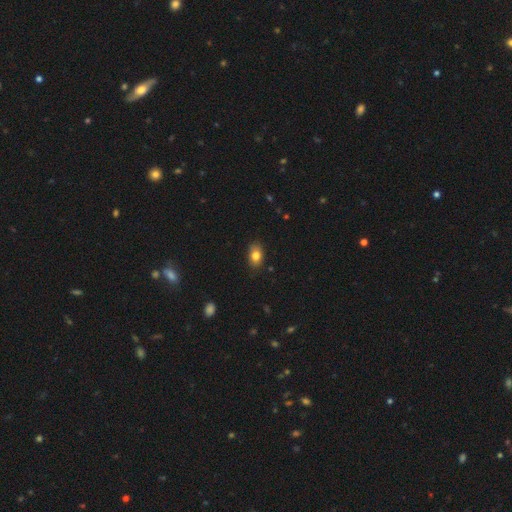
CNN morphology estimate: smooth-or-featured: smooth: 82% | featured or disk: 9% | star or artifact: 9%
  how-rounded: in between: 81% | round: 17% | cigar-shaped: 2%
  merging: none: 83% | minor disturbance: 14% | major disturbance: 2% | merger: 1%